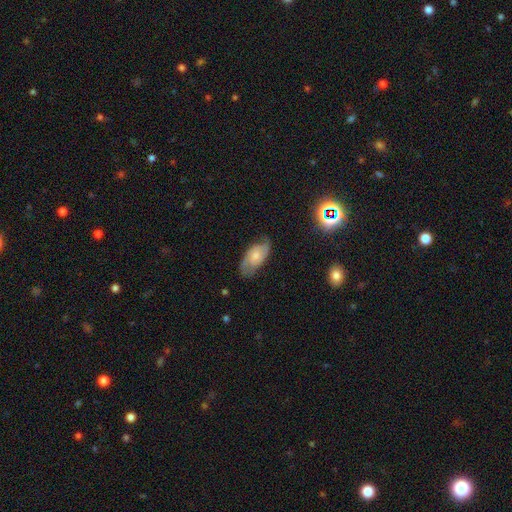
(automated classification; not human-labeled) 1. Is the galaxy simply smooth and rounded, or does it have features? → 57% featured or disk, 35% smooth, 8% star or artifact.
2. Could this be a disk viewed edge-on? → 92% no, 8% yes.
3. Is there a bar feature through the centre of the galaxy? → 76% no, 21% weak, 4% strong.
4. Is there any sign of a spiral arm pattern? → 83% yes, 17% no.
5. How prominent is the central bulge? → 45% small, 44% moderate, 5% large, 5% none, 1% dominant.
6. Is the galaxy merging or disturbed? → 68% none, 23% minor disturbance, 8% major disturbance, 1% merger.